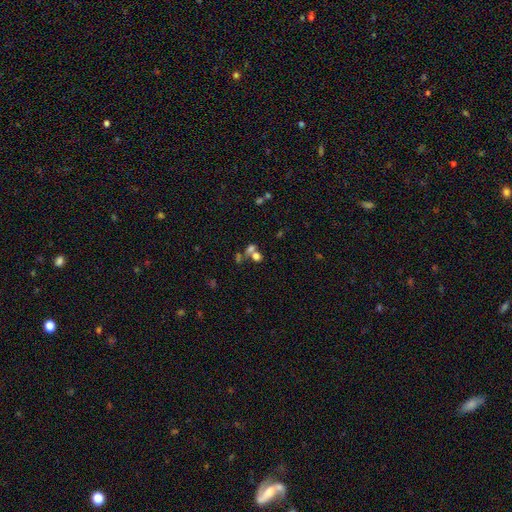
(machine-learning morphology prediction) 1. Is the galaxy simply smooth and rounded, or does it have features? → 58% smooth, 25% star or artifact, 16% featured or disk.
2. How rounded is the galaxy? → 59% round, 38% in between, 2% cigar-shaped.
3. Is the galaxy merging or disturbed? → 45% merger, 40% none, 8% minor disturbance, 7% major disturbance.